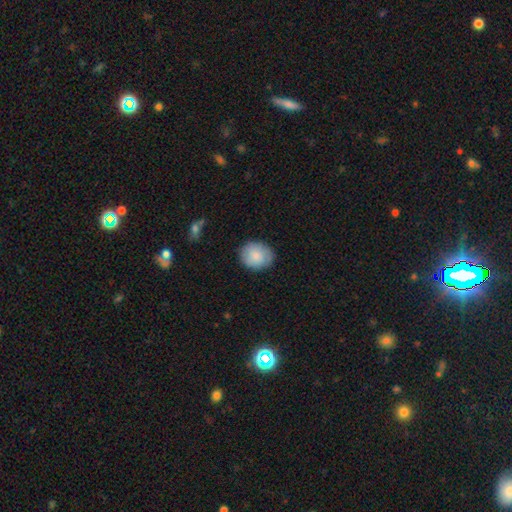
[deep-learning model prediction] smooth_or_featured: smooth (p=0.83) [alt: featured or disk p=0.10]
how_rounded: round (p=0.65) [alt: in between p=0.34]
merging: none (p=0.83) [alt: minor disturbance p=0.13]